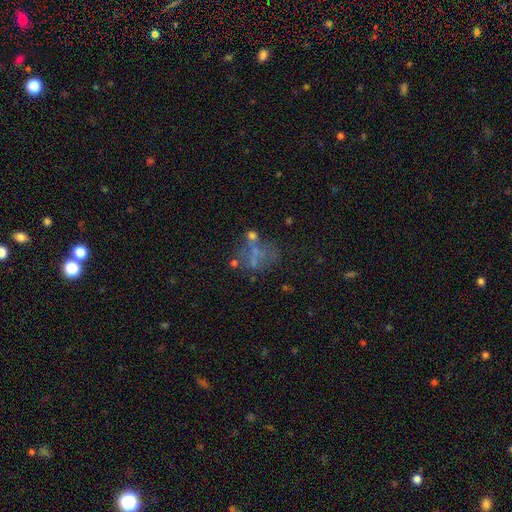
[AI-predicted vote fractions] This is marginally a featured or disk galaxy (43%). Merging: marginally none (35%).